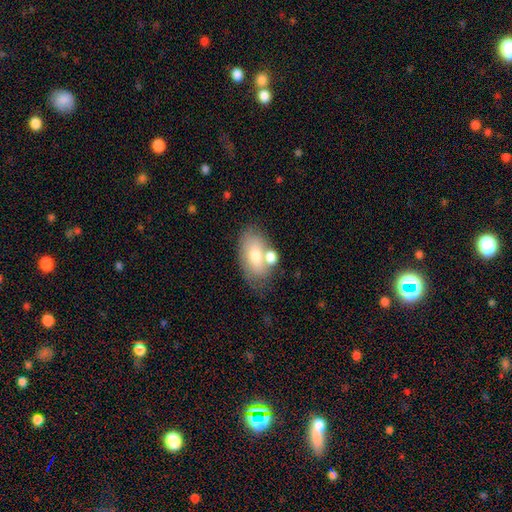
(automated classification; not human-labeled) This is likely a smooth galaxy (68%). How rounded: clearly in between (89%). Merging: possibly none (52%).